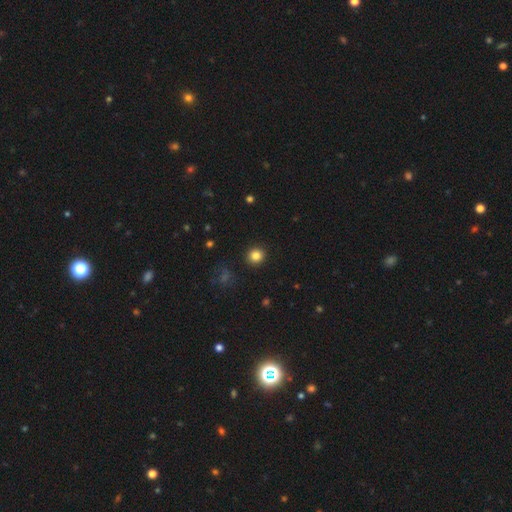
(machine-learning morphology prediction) A smooth galaxy with no disk features (84%) that is round (90%).

Vote fractions:
- Smooth or featured? smooth: 84% / star or artifact: 12% / featured or disk: 5%
- How rounded? round: 90% / in between: 9% / cigar-shaped: 1%
- Merging? none: 92% / minor disturbance: 5% / major disturbance: 2% / merger: 1%